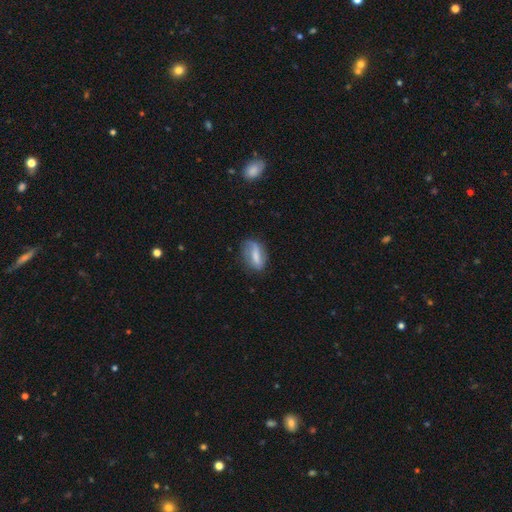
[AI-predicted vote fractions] Smooth or featured: smooth — 46% (tied with featured or disk — 46%)
Merging: none — 61% (minor disturbance — 26%)